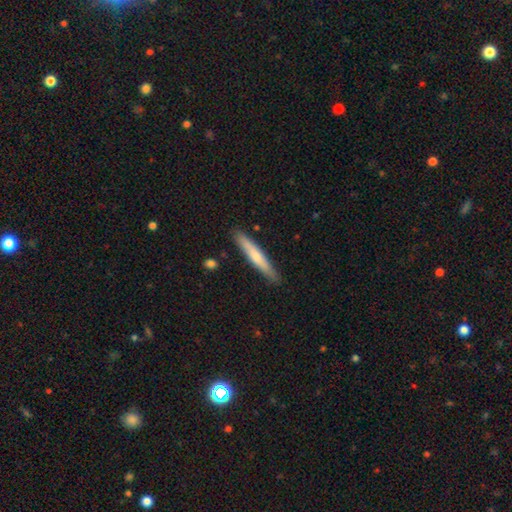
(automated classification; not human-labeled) This appears to be a smooth galaxy with no disk features (60%) that is cigar-shaped (94%). Merging: none (88%).